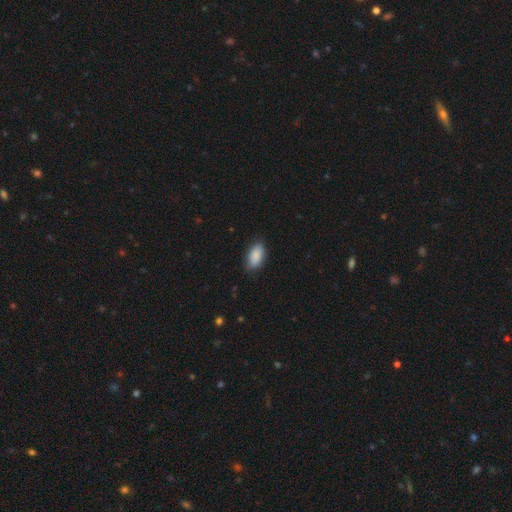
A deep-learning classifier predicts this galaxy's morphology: A smooth galaxy with no disk features (89%) that is in between round and cigar-shaped (93%).

Vote fractions:
- Smooth or featured? smooth: 89% / star or artifact: 6% / featured or disk: 5%
- How rounded? in between: 93% / cigar-shaped: 4% / round: 3%
- Merging? none: 80% / minor disturbance: 16% / major disturbance: 3% / merger: 1%